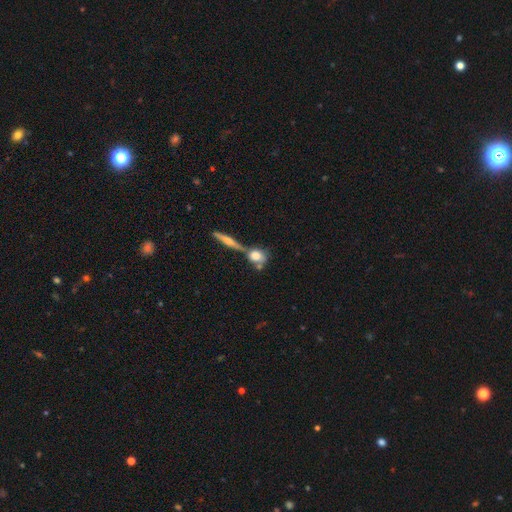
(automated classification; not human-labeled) Smooth or featured? Predicted: smooth (p=0.66). How rounded? Predicted: round (p=0.57). Merging? Predicted: none (p=0.45).